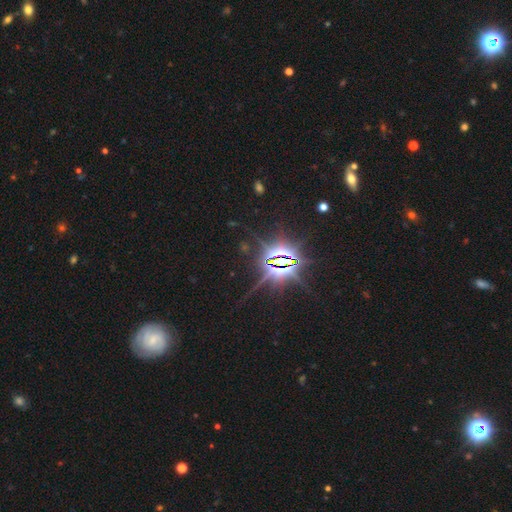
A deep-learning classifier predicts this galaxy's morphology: smooth_or_featured: star or artifact (p=0.83) [alt: smooth p=0.10]